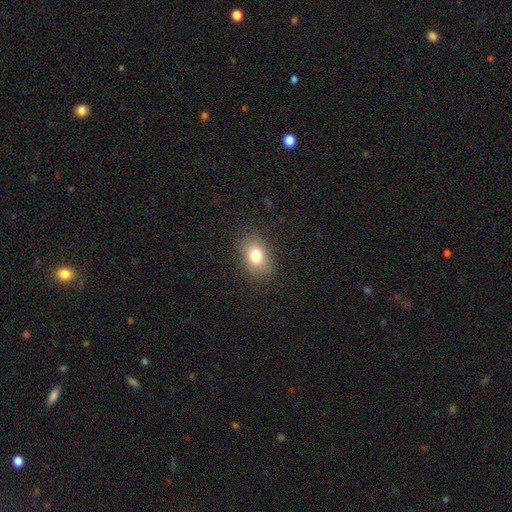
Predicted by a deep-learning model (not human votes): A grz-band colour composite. It shows a smooth galaxy with no disk features (78%) that is in between round and cigar-shaped (78%). Merging: none (84%).